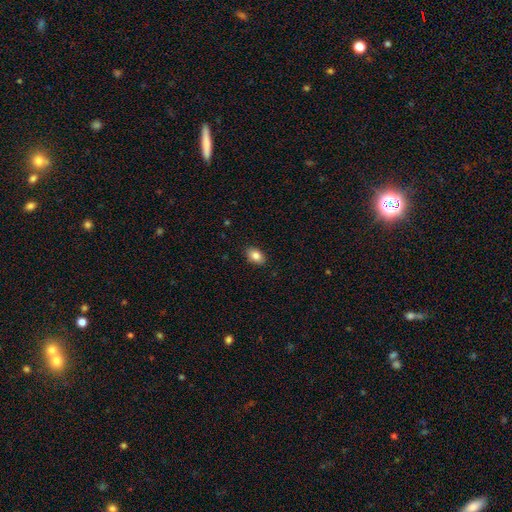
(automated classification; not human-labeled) smooth 85%, star or artifact 8%, featured or disk 7%. Down the decision tree: how rounded — in between (86%); merging — none (89%).